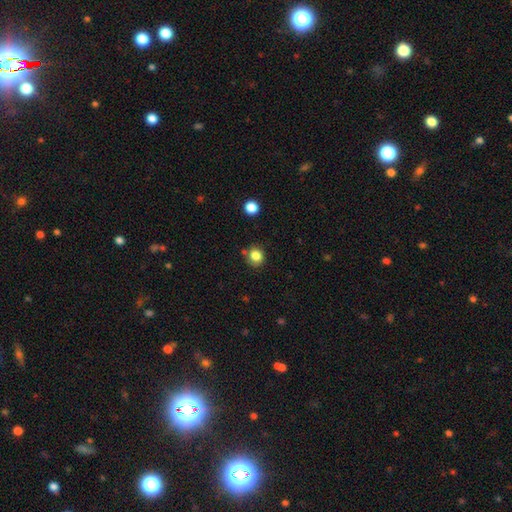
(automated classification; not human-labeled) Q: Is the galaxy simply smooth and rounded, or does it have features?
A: smooth — 83%.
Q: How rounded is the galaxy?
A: round — 83%.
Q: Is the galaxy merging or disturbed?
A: none — 77%.